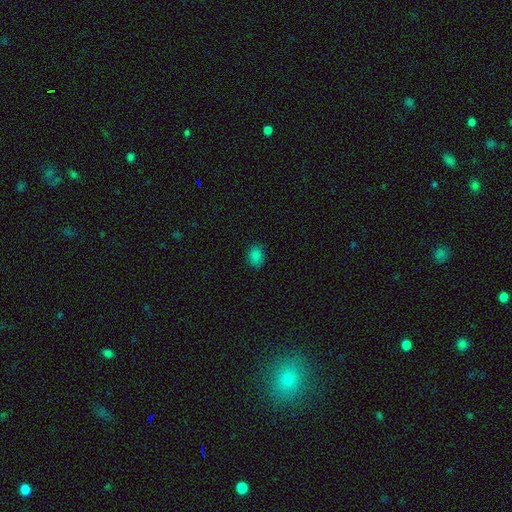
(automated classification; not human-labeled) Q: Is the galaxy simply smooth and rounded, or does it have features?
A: smooth — 82%.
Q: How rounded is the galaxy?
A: in between — 67%.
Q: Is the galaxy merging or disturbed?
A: none — 83%.